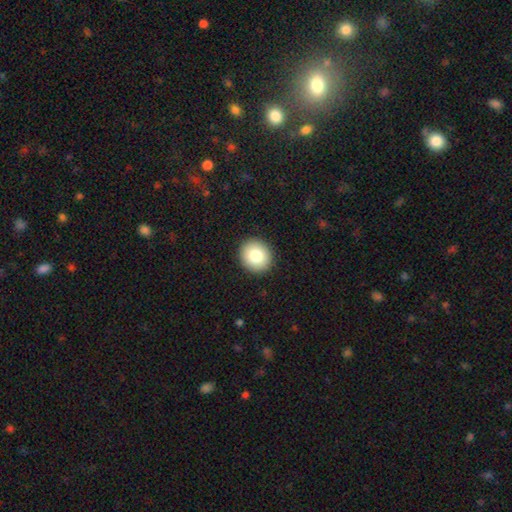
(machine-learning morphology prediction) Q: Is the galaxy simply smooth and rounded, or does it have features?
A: smooth — 81%.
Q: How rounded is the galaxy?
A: round — 85%.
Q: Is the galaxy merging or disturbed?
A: none — 92%.